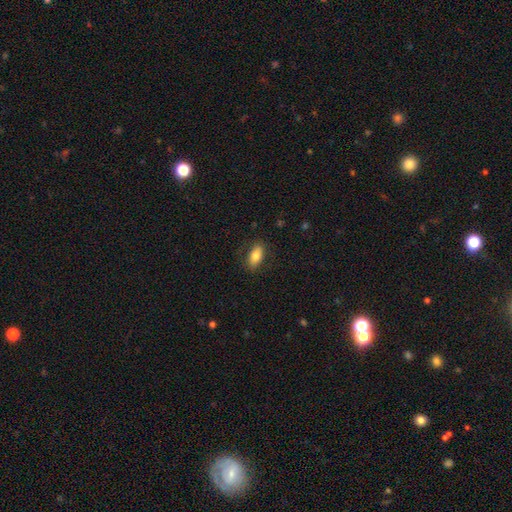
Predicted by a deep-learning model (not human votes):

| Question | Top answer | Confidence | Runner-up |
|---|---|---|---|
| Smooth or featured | smooth | 79% | featured or disk (14%) |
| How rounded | in between | 86% | cigar-shaped (10%) |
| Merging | none | 84% | minor disturbance (12%) |